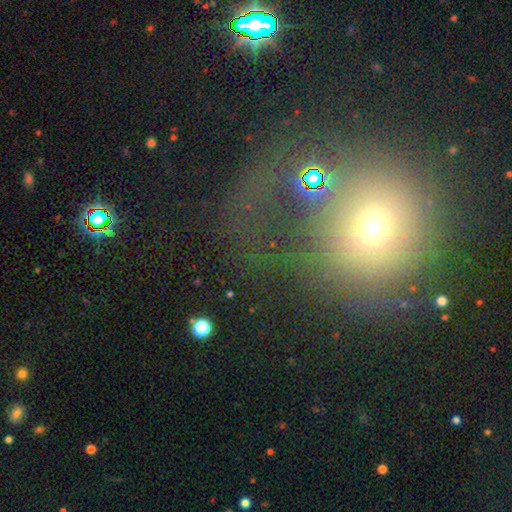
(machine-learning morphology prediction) Q: Smooth or featured?
A: smooth (47%); runner-up: star or artifact (30%)
Q: Merging?
A: none (44%); runner-up: major disturbance (33%)